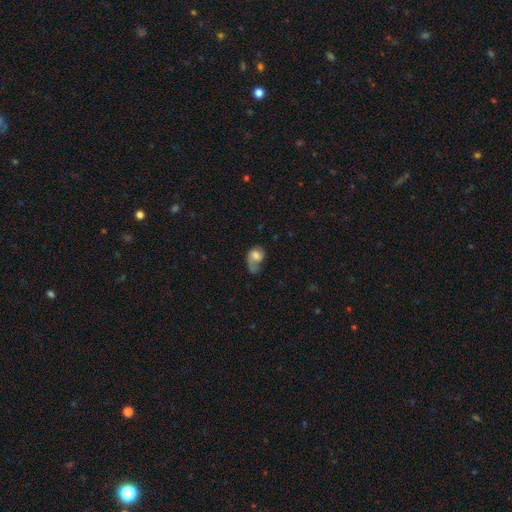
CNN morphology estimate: A smooth galaxy with no disk features (63%) that is in between round and cigar-shaped (64%).

Vote fractions:
- Smooth or featured? smooth: 63% / featured or disk: 28% / star or artifact: 9%
- How rounded? in between: 64% / round: 35% / cigar-shaped: 1%
- Merging? major disturbance: 39% / minor disturbance: 26% / none: 23% / merger: 12%